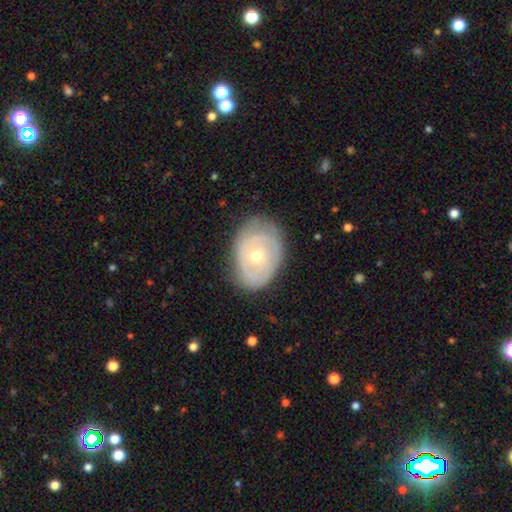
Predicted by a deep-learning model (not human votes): Smooth or featured? featured or disk (65%)
Edge-on disk? no (95%)
Bar? no (84%)
Spiral arms? yes (54%)
Bulge size? moderate (58%)
Merging? none (72%)